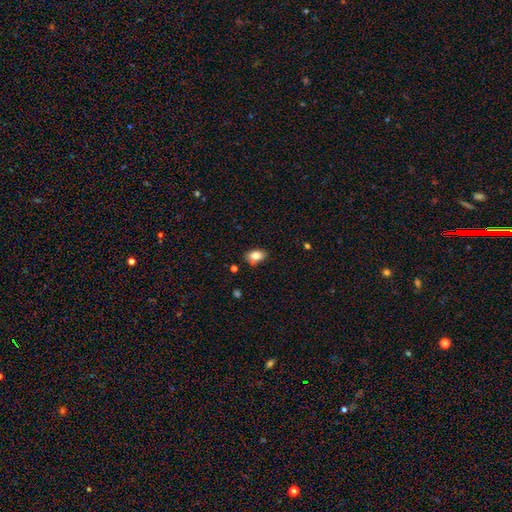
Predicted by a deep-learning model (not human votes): Smooth or featured? smooth (83%)
How rounded? in between (81%)
Merging? none (75%)